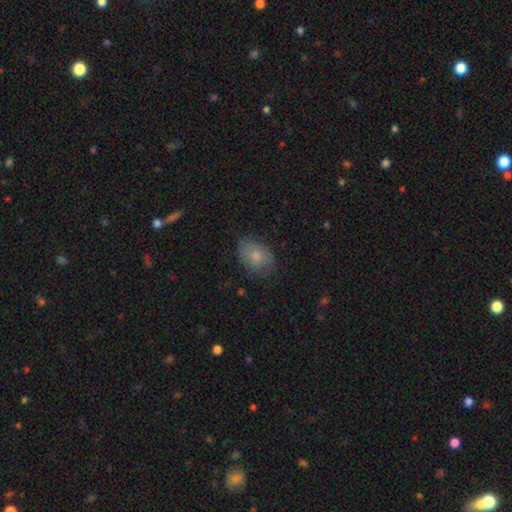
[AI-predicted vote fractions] smooth-or-featured: smooth: 74% | featured or disk: 18% | star or artifact: 8%
  how-rounded: in between: 72% | round: 26% | cigar-shaped: 1%
  merging: none: 73% | minor disturbance: 21% | major disturbance: 5% | merger: 1%